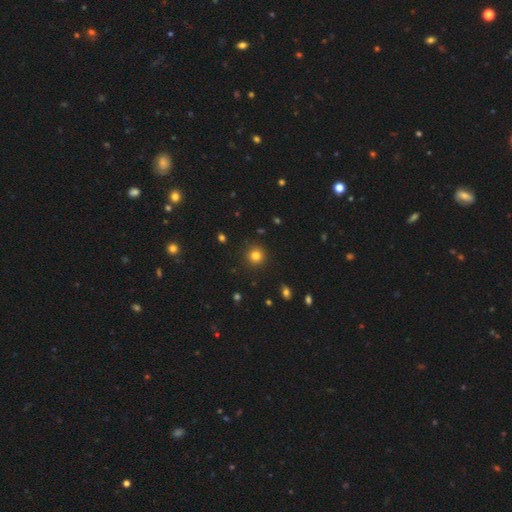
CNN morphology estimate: type=smooth (80%); roundness=round (94%); merging=none (91%).